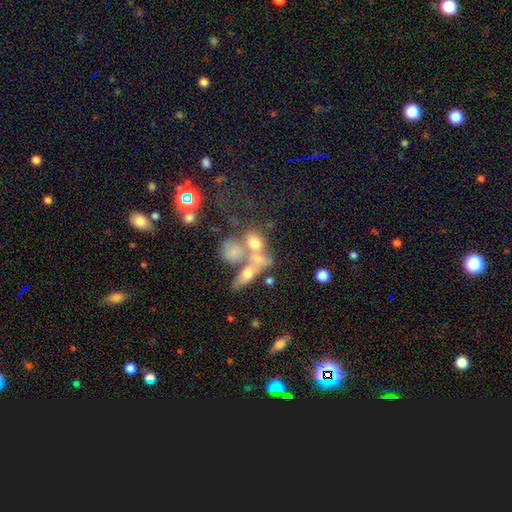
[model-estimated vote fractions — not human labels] This appears to be a smooth galaxy with no disk features (51%) that is in between round and cigar-shaped (52%). Merging: merger (52%).